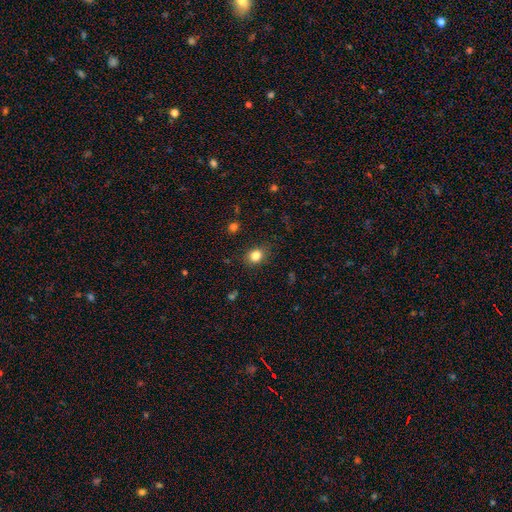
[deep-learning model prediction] A smooth galaxy with no disk features (83%) that is round (59%). Merging: none (83%).